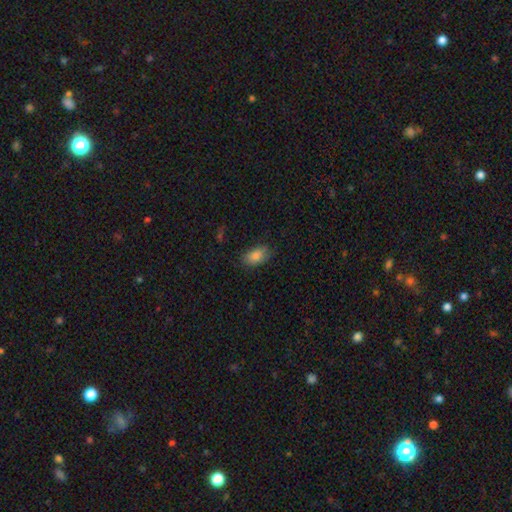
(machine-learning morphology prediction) Smooth or featured?
  - smooth: 85% *
  - star or artifact: 8%
  - featured or disk: 7%
How rounded?
  - in between: 91% *
  - round: 6%
  - cigar-shaped: 3%
Merging?
  - none: 79% *
  - minor disturbance: 16%
  - major disturbance: 4%
  - merger: 1%